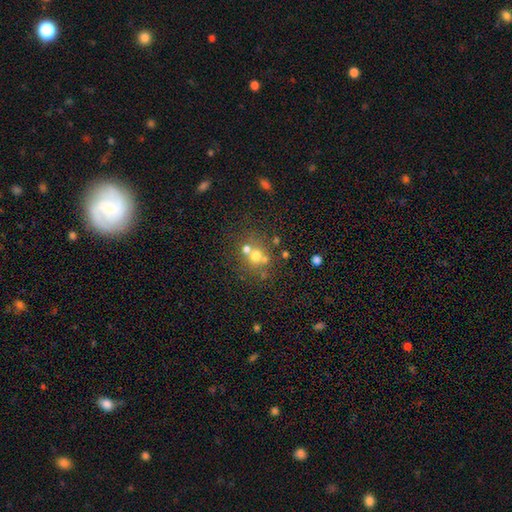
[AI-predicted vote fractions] This appears to be a smooth galaxy with no disk features (59%) that is round (79%). Merging: none (48%).